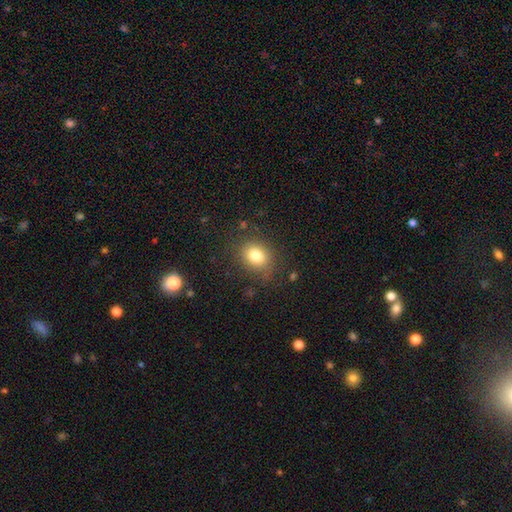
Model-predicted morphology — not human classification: Q: Smooth or featured?
A: smooth (80%); runner-up: star or artifact (11%)
Q: How rounded?
A: round (53%); runner-up: in between (46%)
Q: Merging?
A: none (81%); runner-up: minor disturbance (13%)